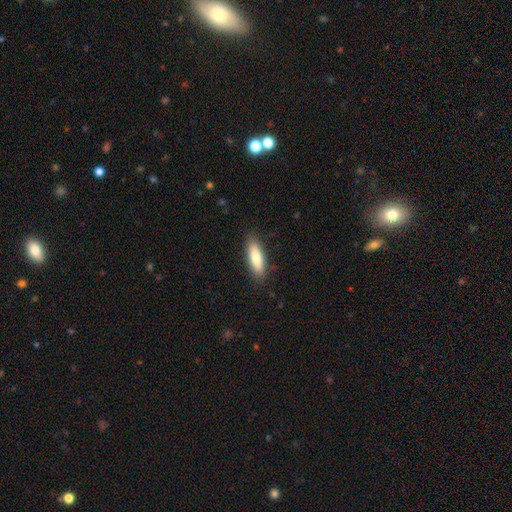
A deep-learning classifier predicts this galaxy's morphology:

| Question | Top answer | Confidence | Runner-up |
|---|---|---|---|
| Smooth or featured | smooth | 79% | featured or disk (15%) |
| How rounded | cigar-shaped | 50% | in between (49%) |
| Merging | none | 87% | minor disturbance (10%) |